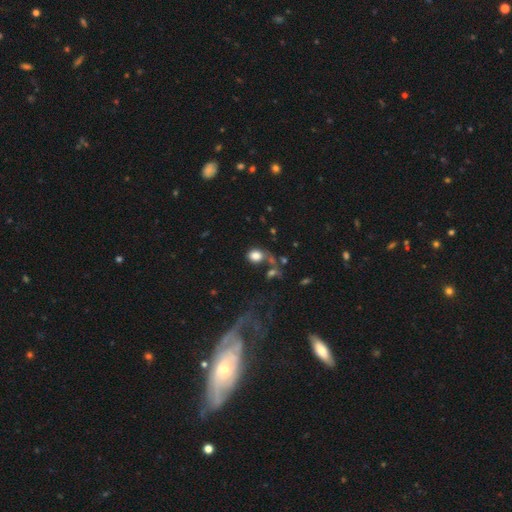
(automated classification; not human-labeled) smooth 80%, star or artifact 11%, featured or disk 9%. Down the decision tree: how rounded — round (55%); merging — none (53%).